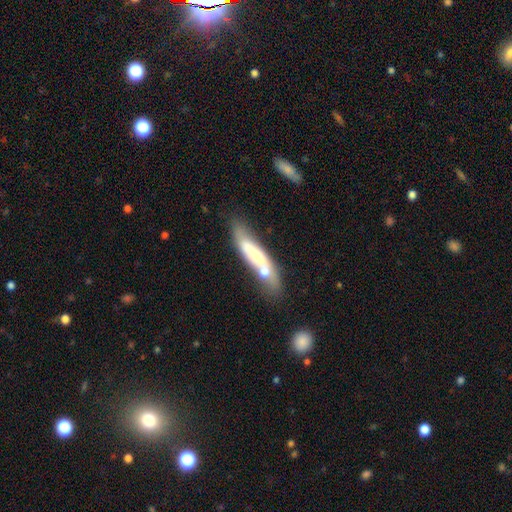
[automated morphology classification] smooth_or_featured: smooth (p=0.54) [alt: featured or disk p=0.39]
how_rounded: cigar-shaped (p=0.75) [alt: in between p=0.23]
merging: none (p=0.46) [alt: merger p=0.26]